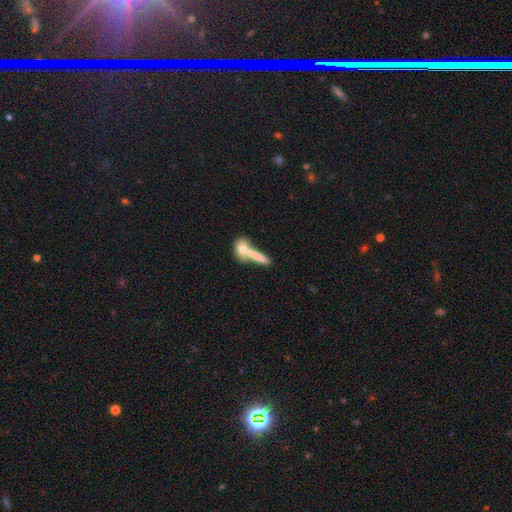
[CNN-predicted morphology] smooth-or-featured: smooth: 71% | featured or disk: 20% | star or artifact: 8%
  how-rounded: cigar-shaped: 56% | in between: 28% | round: 15%
  merging: merger: 42% | none: 41% | minor disturbance: 10% | major disturbance: 7%